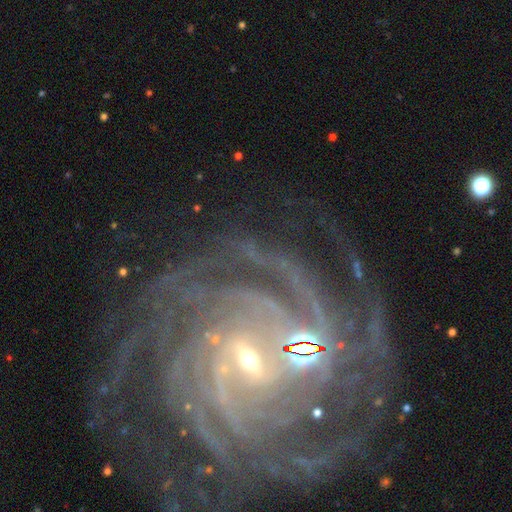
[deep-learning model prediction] smooth_or_featured: featured or disk (p=0.89) [alt: star or artifact p=0.08]
disk_edge_on: no (p=0.98) [alt: yes p=0.02]
bar: strong (p=0.40) [alt: weak p=0.38]
has_spiral_arms: yes (p=0.98) [alt: no p=0.02]
spiral_winding: tight (p=0.73) [alt: medium p=0.23]
spiral_arm_count: more than 4 (p=0.33) [alt: 4 p=0.24]
bulge_size: small (p=0.76) [alt: moderate p=0.19]
merging: none (p=0.70) [alt: minor disturbance p=0.14]